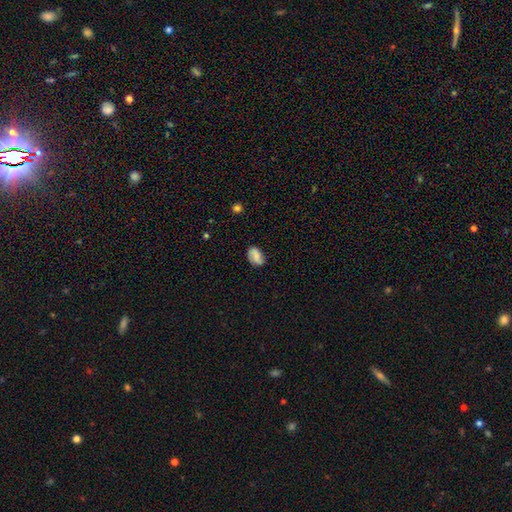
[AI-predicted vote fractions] Overall: smooth (62%; featured or disk 29%). How rounded: in between (84%). Merging: none (73%).